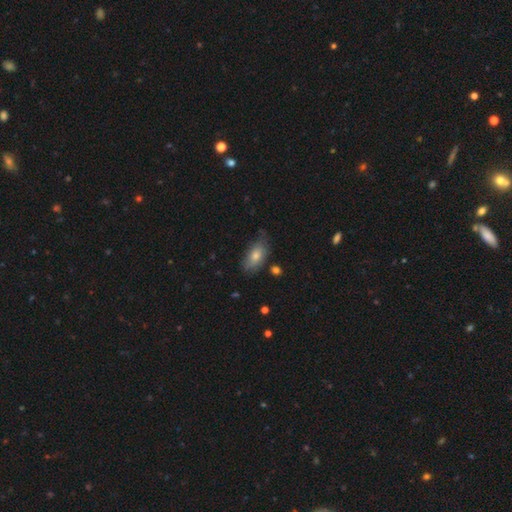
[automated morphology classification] Smooth or featured? Predicted: smooth (p=0.73). How rounded? Predicted: in between (p=0.90). Merging? Predicted: none (p=0.62).